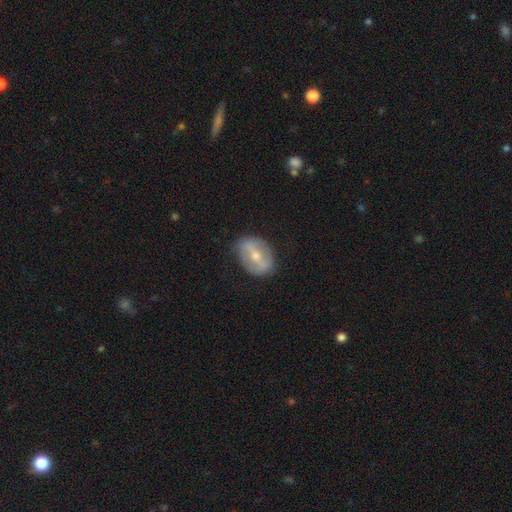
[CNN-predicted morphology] The model was most divided on "bulge size": moderate: 53%, small: 43%, large: 2%, none: 1%, dominant: 1%. More confident: edge-on disk — no (91%); merging — none (79%); spiral arms — no (62%); smooth or featured — featured or disk (61%); bar — strong (56%).